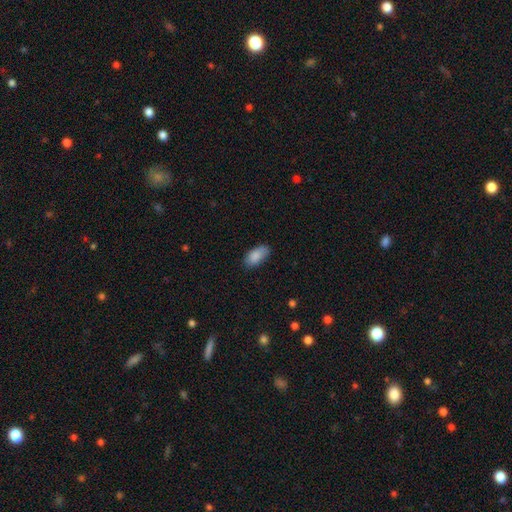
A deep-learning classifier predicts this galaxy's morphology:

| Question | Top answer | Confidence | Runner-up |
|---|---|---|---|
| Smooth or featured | smooth | 88% | star or artifact (7%) |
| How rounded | in between | 92% | cigar-shaped (5%) |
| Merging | none | 78% | minor disturbance (18%) |